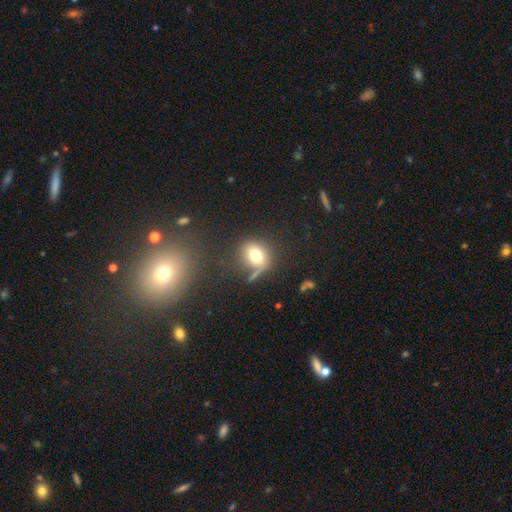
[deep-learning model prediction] Q: Smooth or featured?
A: smooth (73%); runner-up: featured or disk (14%)
Q: How rounded?
A: round (59%); runner-up: in between (39%)
Q: Merging?
A: none (56%); runner-up: minor disturbance (19%)